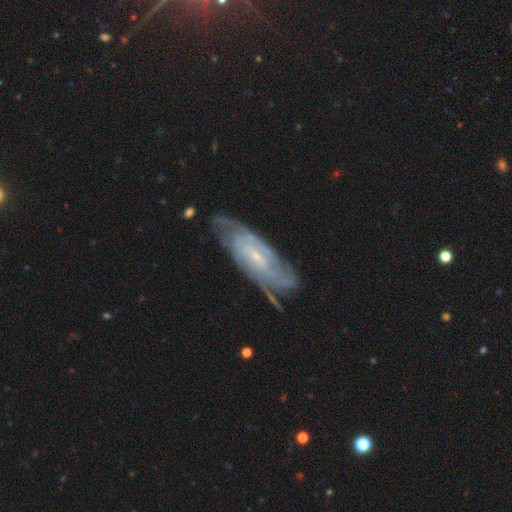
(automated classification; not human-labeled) A featured or disk galaxy (84%) with a weak bar (44%), tight (61%) spiral arms (95%) and a small central bulge (77%).

Vote fractions:
- Smooth or featured? featured or disk: 84% / smooth: 10% / star or artifact: 6%
- Edge-on disk? no: 87% / yes: 13%
- Bar? weak: 44% / no: 40% / strong: 16%
- Spiral arms? yes: 95% / no: 5%
- Spiral winding? tight: 61% / medium: 31% / loose: 8%
- Spiral arm count? can't tell: 38% / 2: 23% / 3: 15% / 4: 14% / more than 4: 6% / 1: 5%
- Bulge size? small: 77% / moderate: 17% / none: 4% / large: 1% / dominant: 1%
- Merging? none: 71% / minor disturbance: 20% / major disturbance: 7% / merger: 2%